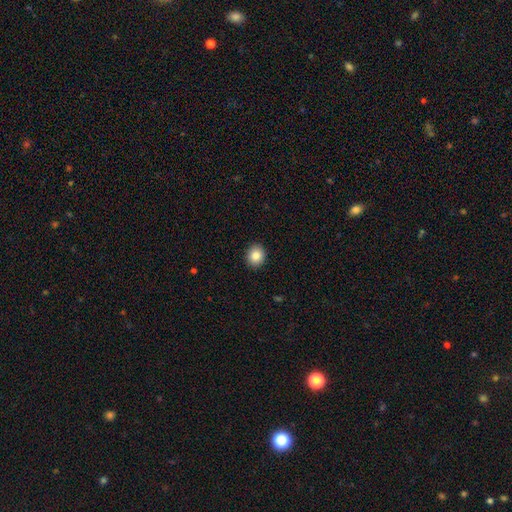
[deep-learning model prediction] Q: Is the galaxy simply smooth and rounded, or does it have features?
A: smooth — 85%.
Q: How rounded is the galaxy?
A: round — 73%.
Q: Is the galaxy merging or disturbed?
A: none — 91%.